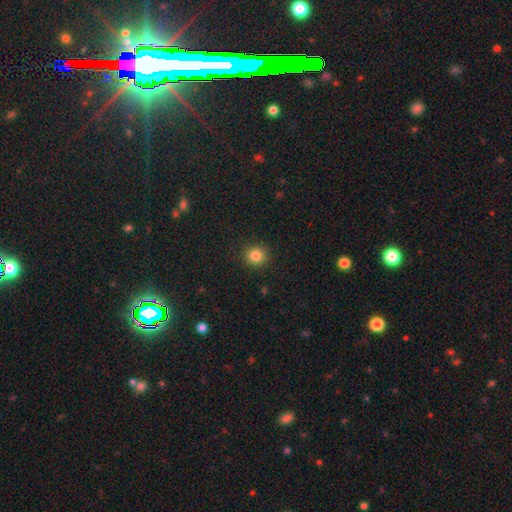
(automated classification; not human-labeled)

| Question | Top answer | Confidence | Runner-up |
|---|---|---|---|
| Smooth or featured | smooth | 84% | star or artifact (12%) |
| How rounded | round | 91% | in between (8%) |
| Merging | none | 91% | minor disturbance (6%) |